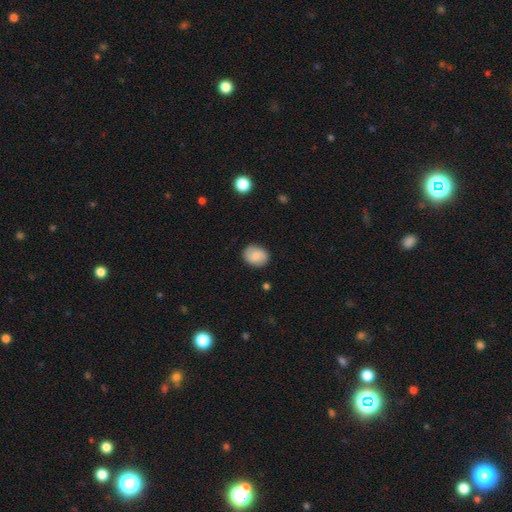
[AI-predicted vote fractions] Q: Smooth or featured?
A: smooth (70%); runner-up: featured or disk (22%)
Q: How rounded?
A: round (52%); runner-up: in between (47%)
Q: Merging?
A: none (85%); runner-up: minor disturbance (11%)